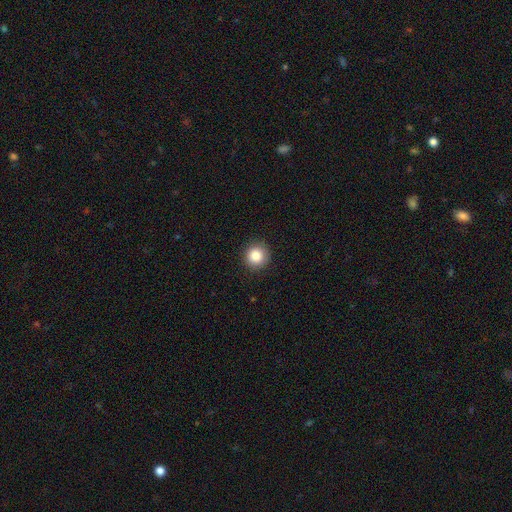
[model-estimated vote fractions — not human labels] smooth-or-featured: smooth: 85% | star or artifact: 10% | featured or disk: 5%
  how-rounded: round: 93% | in between: 6% | cigar-shaped: 1%
  merging: none: 90% | minor disturbance: 7% | major disturbance: 2% | merger: 1%